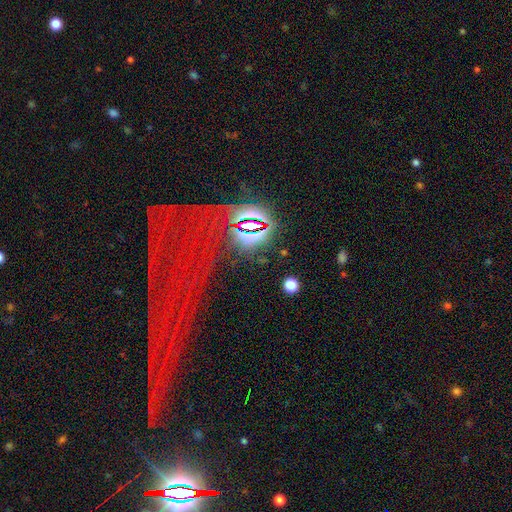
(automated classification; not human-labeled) This is likely a star or artifact rather than a galaxy (69%).